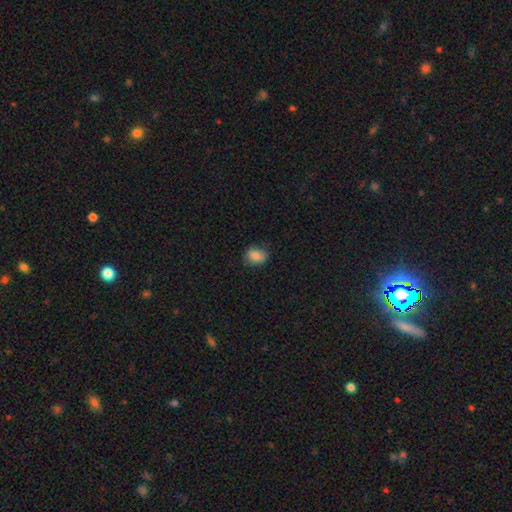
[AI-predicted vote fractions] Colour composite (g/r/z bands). It shows a smooth galaxy with no disk features (83%) that is in between round and cigar-shaped (50%). Merging: none (79%).